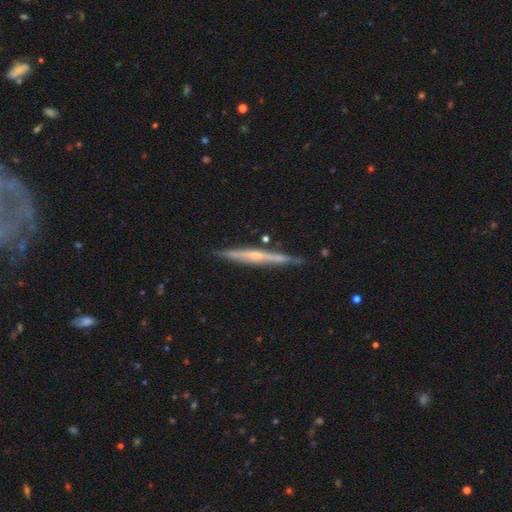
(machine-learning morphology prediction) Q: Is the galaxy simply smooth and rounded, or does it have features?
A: featured or disk — 68%.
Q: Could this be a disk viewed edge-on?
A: yes — 97%.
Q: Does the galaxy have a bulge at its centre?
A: none — 48%.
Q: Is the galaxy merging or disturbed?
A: none — 86%.